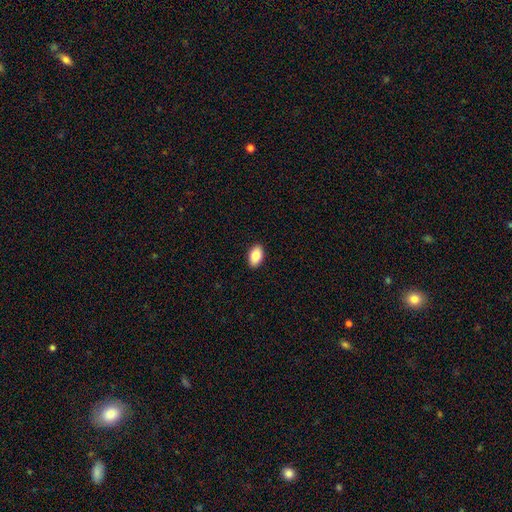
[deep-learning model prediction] A smooth galaxy with no disk features (85%) that is in between round and cigar-shaped (93%).

Vote fractions:
- Smooth or featured? smooth: 85% / featured or disk: 8% / star or artifact: 7%
- How rounded? in between: 93% / round: 5% / cigar-shaped: 2%
- Merging? none: 91% / minor disturbance: 7% / major disturbance: 2% / merger: 1%